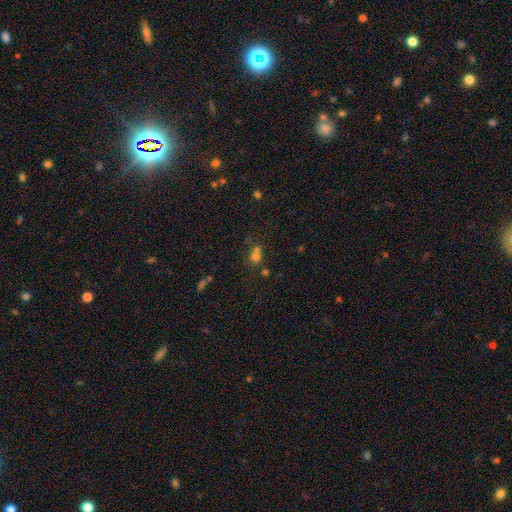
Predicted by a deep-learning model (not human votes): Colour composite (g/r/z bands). It shows a smooth galaxy with no disk features (65%) that is round (68%). Merging: merger (47%).